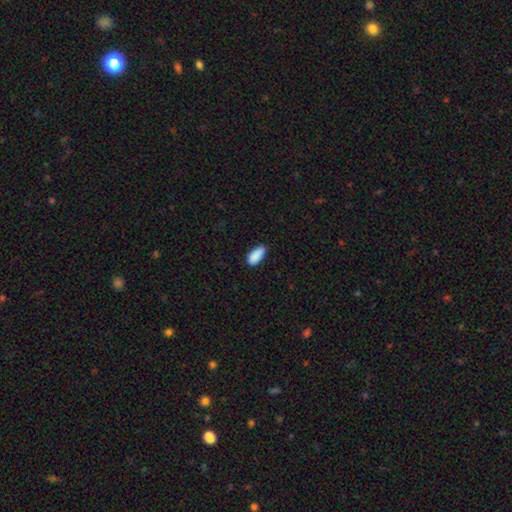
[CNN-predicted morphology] Q: Smooth or featured?
A: smooth (90%); runner-up: star or artifact (7%)
Q: How rounded?
A: in between (88%); runner-up: cigar-shaped (10%)
Q: Merging?
A: none (80%); runner-up: minor disturbance (16%)